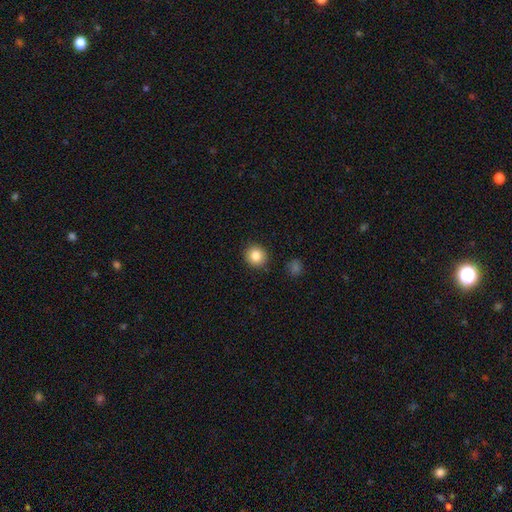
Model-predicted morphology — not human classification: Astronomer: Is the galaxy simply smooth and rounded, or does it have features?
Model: smooth — 85%.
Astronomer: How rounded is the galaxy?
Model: round — 88%.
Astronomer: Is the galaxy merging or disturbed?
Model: none — 90%.